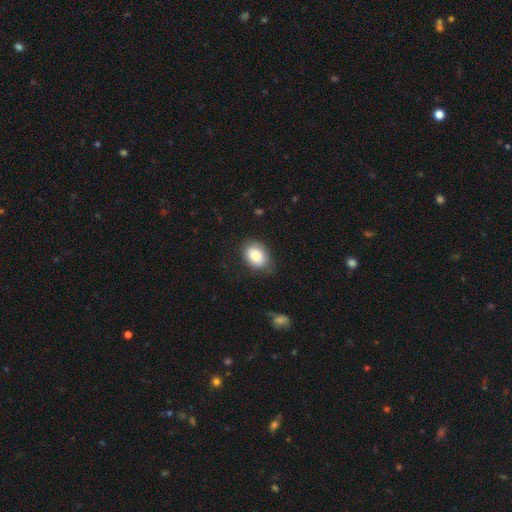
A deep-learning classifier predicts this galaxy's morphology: A smooth galaxy with no disk features (80%) that is in between round and cigar-shaped (68%). Merging: none (71%).